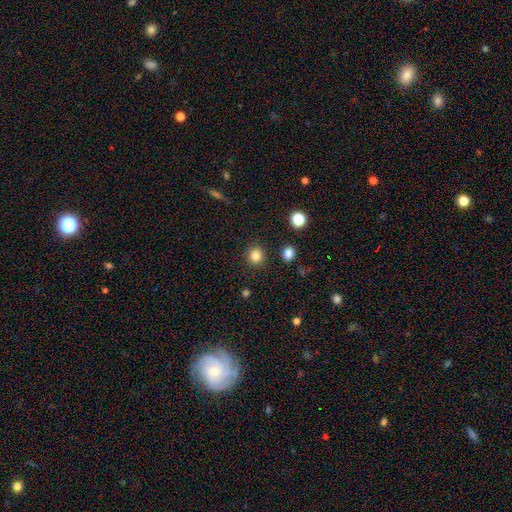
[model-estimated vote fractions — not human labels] Overall: smooth (83%). How rounded: round (90%). Merging: none (90%).